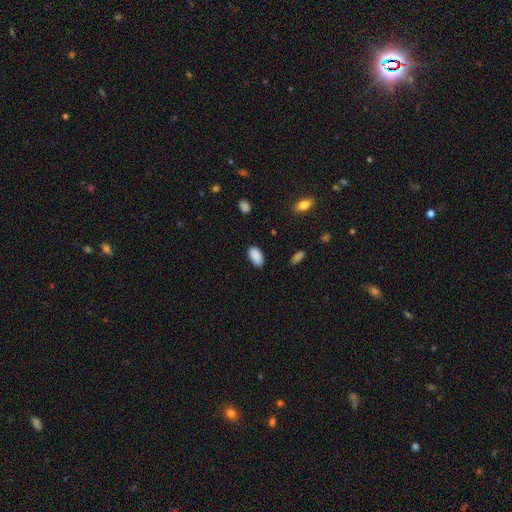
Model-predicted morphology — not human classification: This is clearly a smooth galaxy (90%). How rounded: clearly in between (94%). Merging: clearly none (86%).